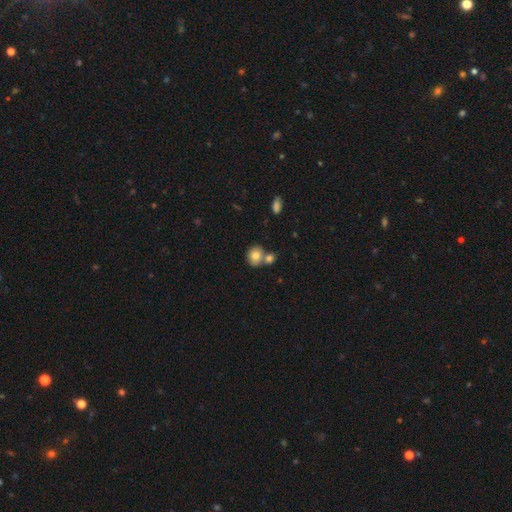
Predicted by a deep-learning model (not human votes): This is likely a smooth galaxy (79%). How rounded: likely round (68%). Merging: possibly none (47%).